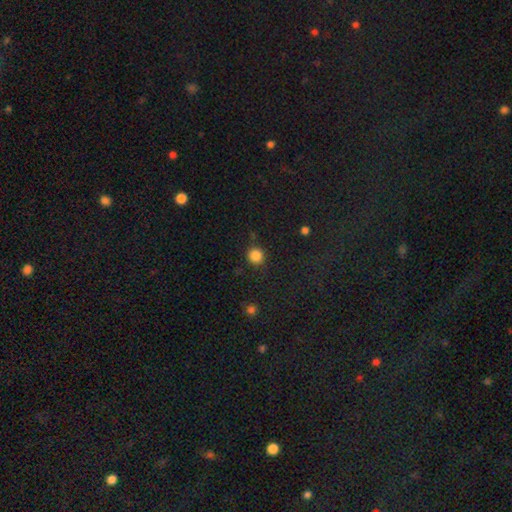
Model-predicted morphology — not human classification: A smooth galaxy with no disk features (85%) that is round (92%). Merging: none (87%).